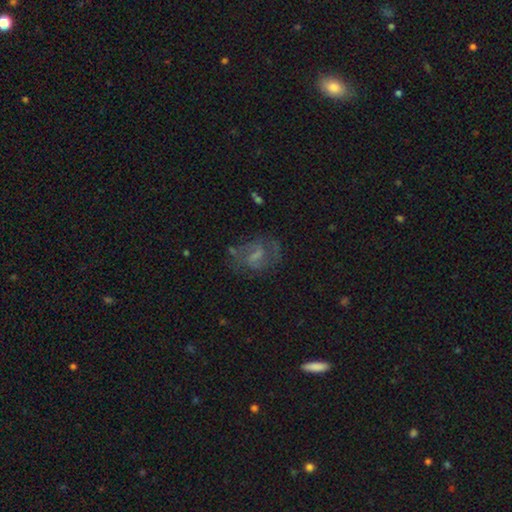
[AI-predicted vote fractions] Smooth or featured?
  - featured or disk: 58% *
  - smooth: 29%
  - star or artifact: 12%
Edge-on disk?
  - no: 96% *
  - yes: 4%
Bar?
  - weak: 49% *
  - no: 27%
  - strong: 24%
Spiral arms?
  - yes: 72% *
  - no: 28%
Bulge size?
  - none: 42% *
  - small: 29%
  - moderate: 22%
  - large: 6%
  - dominant: 1%
Merging?
  - none: 55% *
  - major disturbance: 21%
  - minor disturbance: 21%
  - merger: 3%